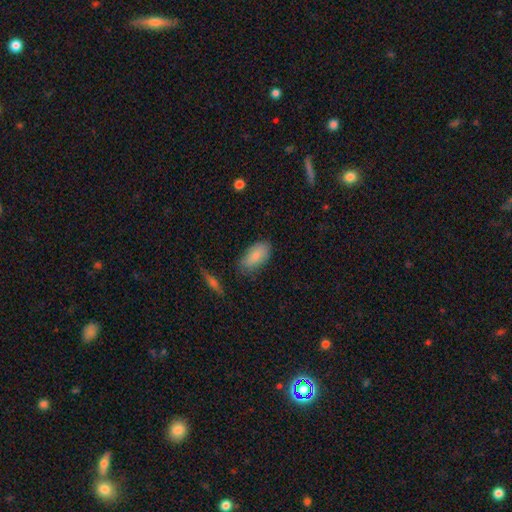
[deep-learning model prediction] Smooth or featured: smooth — 85% (featured or disk — 9%)
How rounded: in between — 92% (cigar-shaped — 6%)
Merging: none — 67% (minor disturbance — 24%)